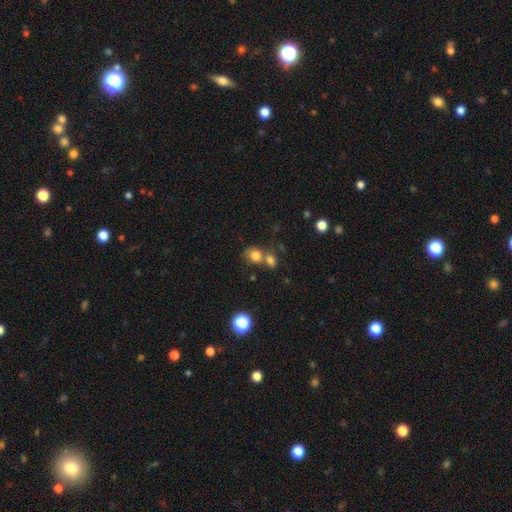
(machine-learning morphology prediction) Smooth or featured? smooth (79%)
How rounded? round (65%)
Merging? merger (45%)